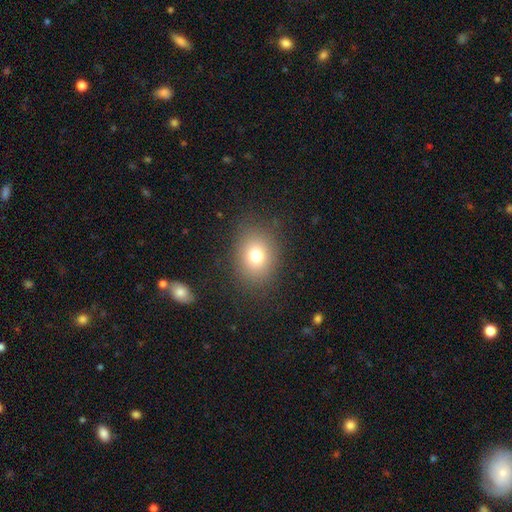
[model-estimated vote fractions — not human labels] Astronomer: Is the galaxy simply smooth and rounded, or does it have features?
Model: smooth — 75%.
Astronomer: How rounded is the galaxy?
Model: round — 52% (runner-up: in between, 47%).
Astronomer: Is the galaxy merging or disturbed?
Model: none — 84%.